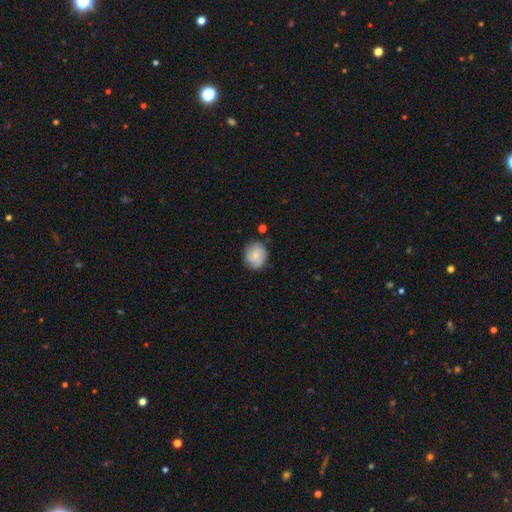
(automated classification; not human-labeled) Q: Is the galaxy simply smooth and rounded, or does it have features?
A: featured or disk — 51%.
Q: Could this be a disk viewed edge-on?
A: no — 98%.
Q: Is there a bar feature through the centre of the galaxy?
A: no — 74%.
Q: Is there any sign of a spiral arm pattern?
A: yes — 91%.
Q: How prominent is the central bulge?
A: small — 59%.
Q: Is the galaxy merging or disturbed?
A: none — 76%.